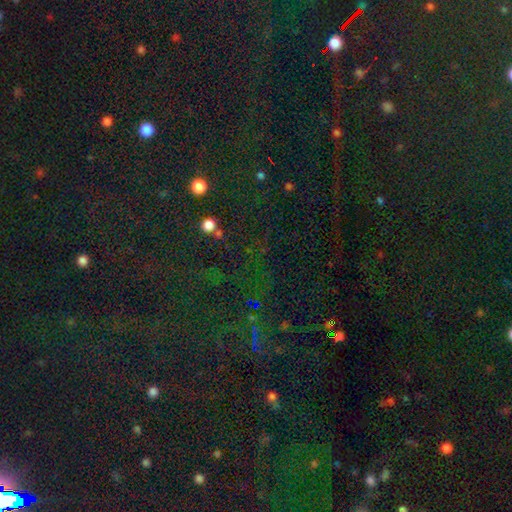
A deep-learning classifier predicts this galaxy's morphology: This appears to be a star or artifact, not a galaxy (75%).